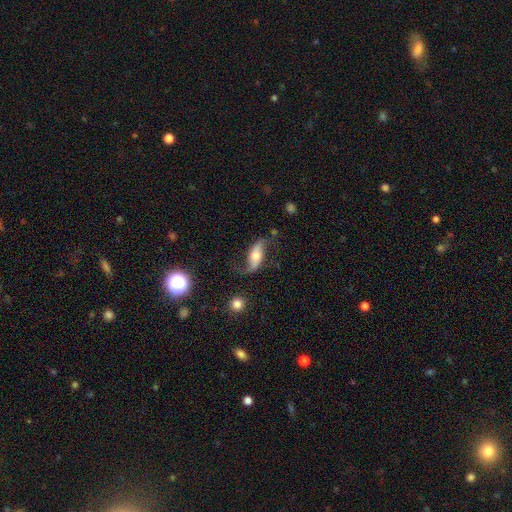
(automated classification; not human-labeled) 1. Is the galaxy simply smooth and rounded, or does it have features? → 74% featured or disk, 18% smooth, 7% star or artifact.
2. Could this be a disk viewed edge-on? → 88% no, 12% yes.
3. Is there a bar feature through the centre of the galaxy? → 48% no, 29% weak, 23% strong.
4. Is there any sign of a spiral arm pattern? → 92% yes, 8% no.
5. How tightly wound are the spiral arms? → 87% loose, 10% medium, 3% tight.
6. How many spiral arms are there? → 90% 2, 5% 1, 2% can't tell, 1% 3, 1% 4, 1% more than 4.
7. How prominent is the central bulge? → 55% moderate, 25% small, 13% large, 3% none, 3% dominant.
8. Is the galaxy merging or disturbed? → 61% none, 20% minor disturbance, 15% major disturbance, 3% merger.